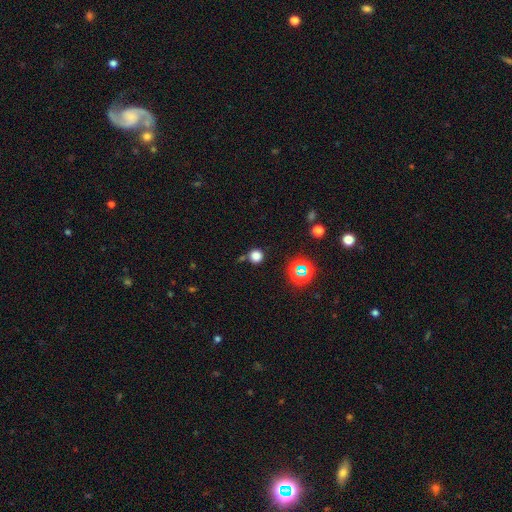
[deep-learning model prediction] Q: Smooth or featured?
A: smooth (74%); runner-up: star or artifact (20%)
Q: How rounded?
A: round (93%); runner-up: in between (6%)
Q: Merging?
A: none (77%); runner-up: minor disturbance (10%)